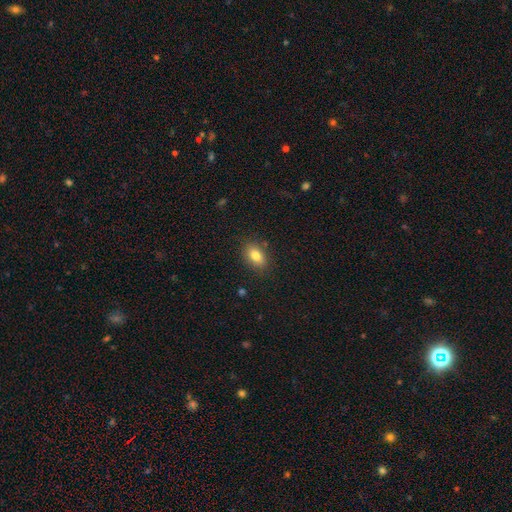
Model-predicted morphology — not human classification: Smooth or featured?
  - smooth: 81% *
  - featured or disk: 10%
  - star or artifact: 9%
How rounded?
  - in between: 84% *
  - round: 13%
  - cigar-shaped: 3%
Merging?
  - none: 84% *
  - minor disturbance: 11%
  - major disturbance: 3%
  - merger: 2%